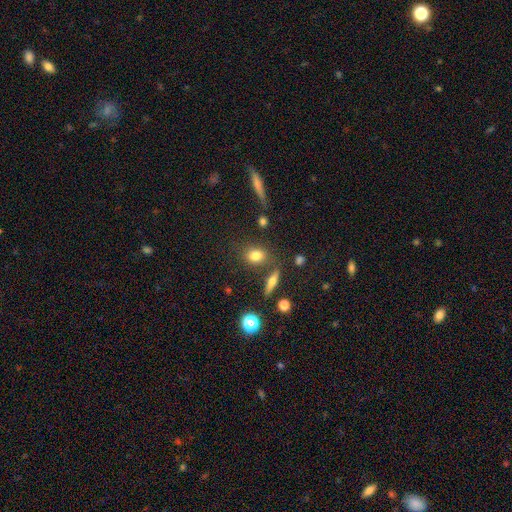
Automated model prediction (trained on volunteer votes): Smooth or featured?
  - smooth: 77% *
  - star or artifact: 12%
  - featured or disk: 11%
How rounded?
  - in between: 55% *
  - round: 41%
  - cigar-shaped: 5%
Merging?
  - none: 71% *
  - minor disturbance: 13%
  - merger: 12%
  - major disturbance: 5%